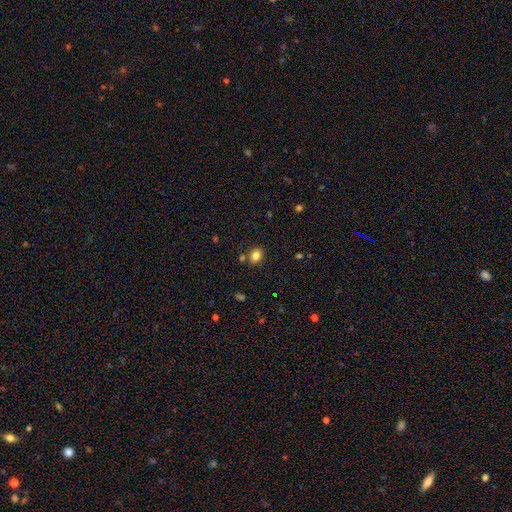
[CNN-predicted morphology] A smooth galaxy with no disk features (82%) that is round (51%).

Vote fractions:
- Smooth or featured? smooth: 82% / star or artifact: 12% / featured or disk: 6%
- How rounded? round: 51% / in between: 48% / cigar-shaped: 1%
- Merging? none: 80% / minor disturbance: 10% / merger: 8% / major disturbance: 3%